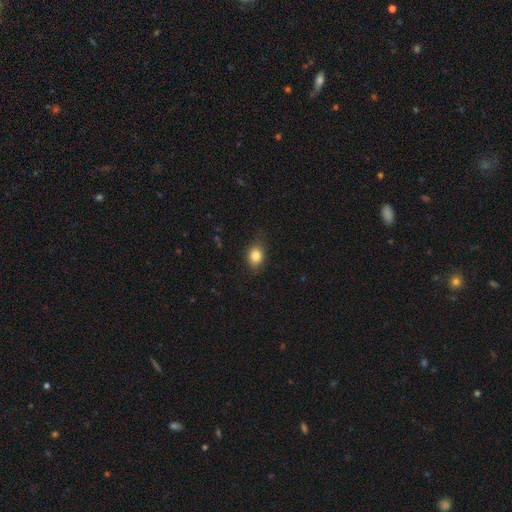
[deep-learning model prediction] Q: Smooth or featured?
A: smooth (83%); runner-up: star or artifact (10%)
Q: How rounded?
A: in between (60%); runner-up: round (39%)
Q: Merging?
A: none (78%); runner-up: minor disturbance (17%)